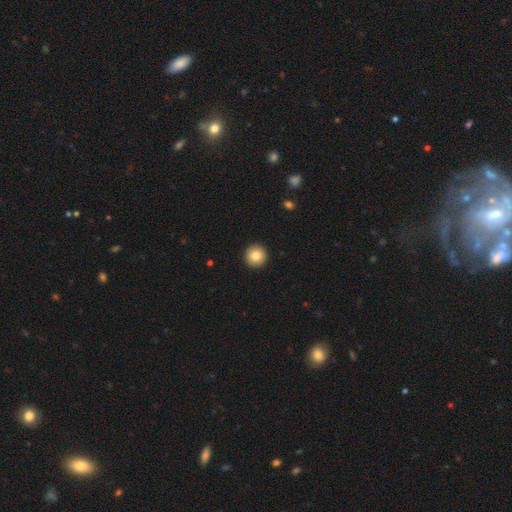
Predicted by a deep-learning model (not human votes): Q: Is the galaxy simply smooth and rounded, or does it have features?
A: smooth — 83%.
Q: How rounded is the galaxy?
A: round — 96%.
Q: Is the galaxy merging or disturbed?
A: none — 94%.